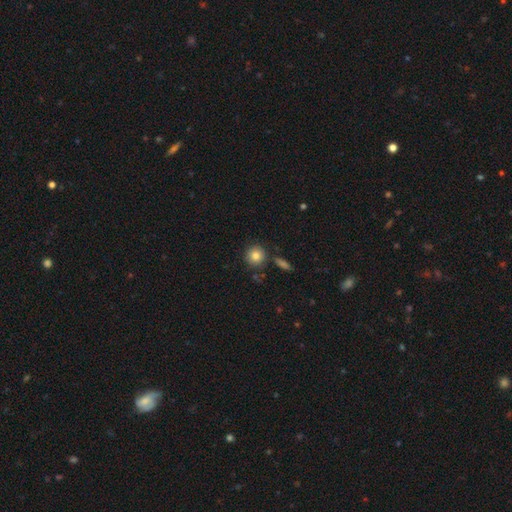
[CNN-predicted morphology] Q: Smooth or featured?
A: smooth (83%); runner-up: star or artifact (9%)
Q: How rounded?
A: round (92%); runner-up: in between (7%)
Q: Merging?
A: none (83%); runner-up: minor disturbance (9%)